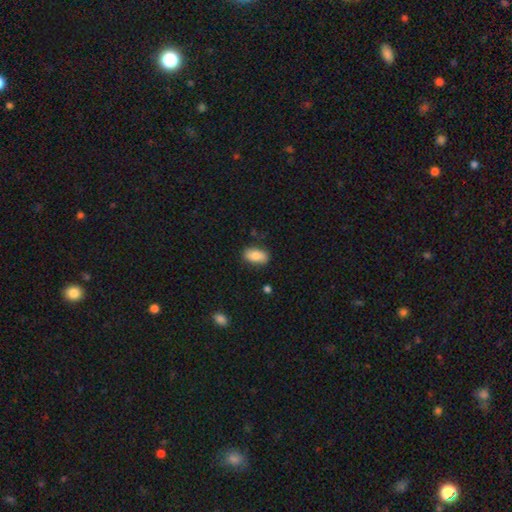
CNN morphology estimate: This appears to be a smooth galaxy with no disk features (84%) that is in between round and cigar-shaped (93%). Merging: none (83%).